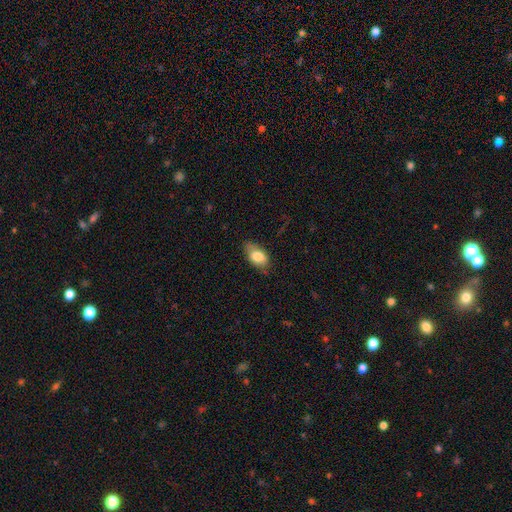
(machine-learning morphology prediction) A smooth galaxy with no disk features (80%) that is in between round and cigar-shaped (90%).

Vote fractions:
- Smooth or featured? smooth: 80% / featured or disk: 13% / star or artifact: 7%
- How rounded? in between: 90% / round: 6% / cigar-shaped: 3%
- Merging? none: 65% / minor disturbance: 27% / major disturbance: 6% / merger: 1%